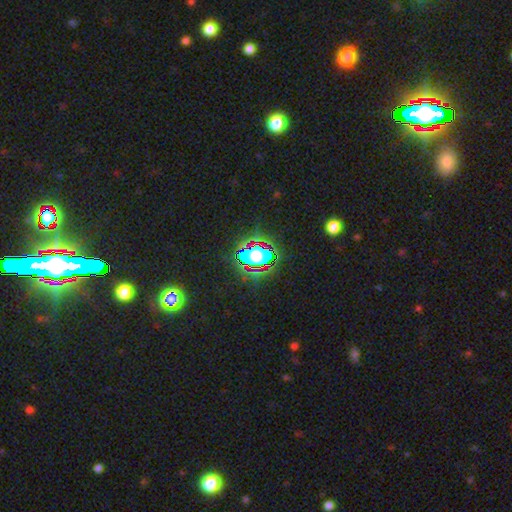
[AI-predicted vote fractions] Morphology: type=star or artifact (59%).